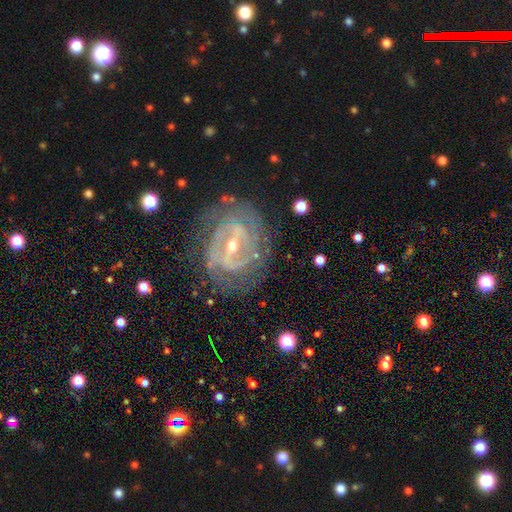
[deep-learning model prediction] A featured or disk galaxy (90%) with a strong bar (55%), 2 (40%) tight (61%) spiral arms (93%) and a small central bulge (54%).

Vote fractions:
- Smooth or featured? featured or disk: 90% / star or artifact: 5% / smooth: 5%
- Edge-on disk? no: 96% / yes: 4%
- Bar? strong: 55% / weak: 34% / no: 11%
- Spiral arms? yes: 93% / no: 7%
- Spiral winding? tight: 61% / medium: 31% / loose: 8%
- Spiral arm count? 2: 40% / can't tell: 25% / 3: 17% / 4: 8% / 1: 5% / more than 4: 5%
- Bulge size? small: 54% / moderate: 43% / large: 1% / none: 1% / dominant: 1%
- Merging? none: 72% / minor disturbance: 18% / major disturbance: 9% / merger: 2%